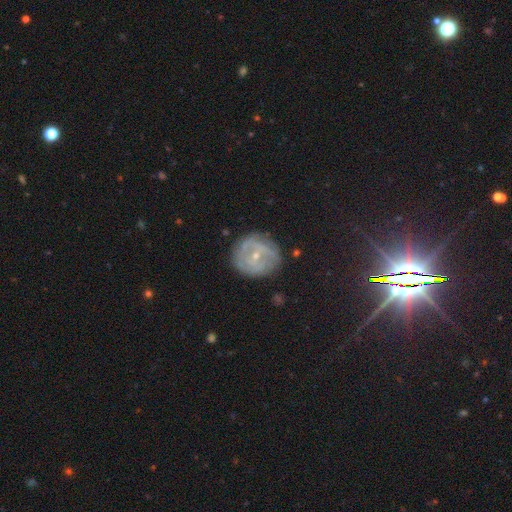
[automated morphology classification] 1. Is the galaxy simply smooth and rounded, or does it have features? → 70% featured or disk, 21% smooth, 9% star or artifact.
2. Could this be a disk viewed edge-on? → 96% no, 4% yes.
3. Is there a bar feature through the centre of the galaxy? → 50% no, 37% weak, 13% strong.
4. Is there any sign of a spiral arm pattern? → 73% yes, 27% no.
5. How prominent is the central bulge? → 73% small, 24% moderate, 1% none, 1% large, 1% dominant.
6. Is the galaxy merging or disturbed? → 74% none, 17% minor disturbance, 7% major disturbance, 2% merger.